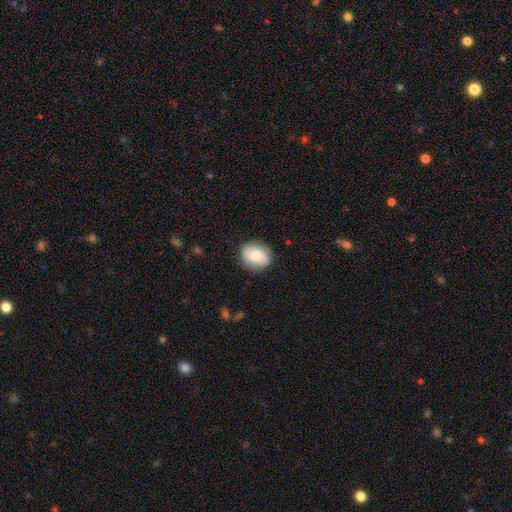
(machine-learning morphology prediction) Q: Smooth or featured?
A: smooth (63%); runner-up: featured or disk (29%)
Q: How rounded?
A: round (65%); runner-up: in between (34%)
Q: Merging?
A: none (84%); runner-up: minor disturbance (12%)